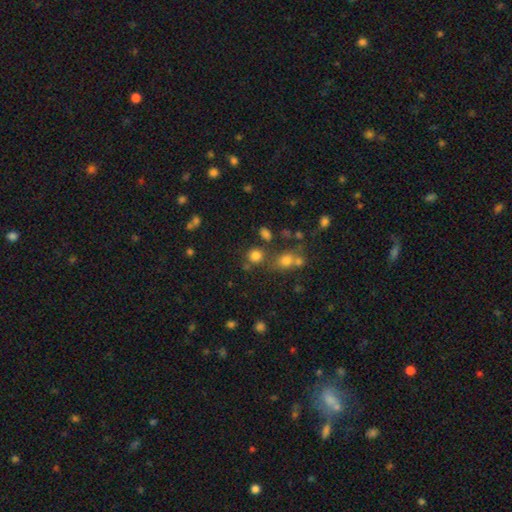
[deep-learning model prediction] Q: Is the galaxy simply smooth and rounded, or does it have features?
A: smooth — 76%.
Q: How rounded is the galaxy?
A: round — 86%.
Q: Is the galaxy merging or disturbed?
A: none — 70%.